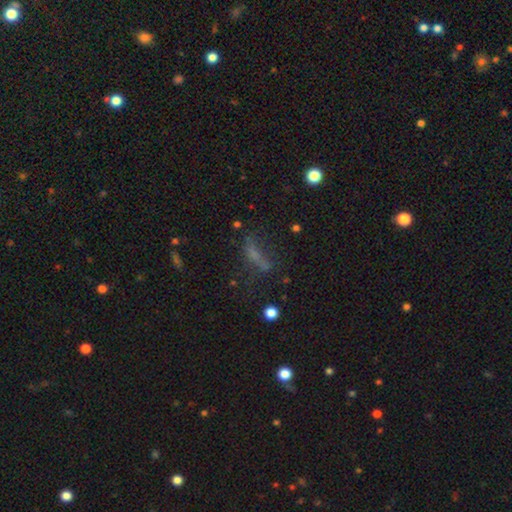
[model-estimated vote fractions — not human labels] Q: Smooth or featured?
A: smooth (46%); runner-up: star or artifact (27%)
Q: Merging?
A: none (47%); runner-up: major disturbance (23%)